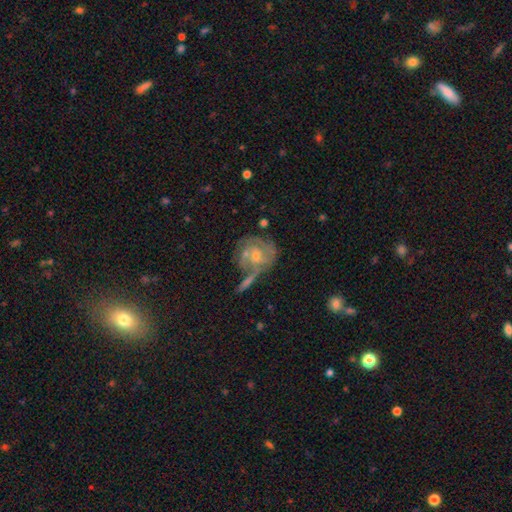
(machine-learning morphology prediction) Overall: featured or disk (72%). Edge-on disk: no (96%). Bar: no (62%; weak 31%). Spiral arms: yes (82%). Spiral arm count: can't tell (39%; 2 29%). Spiral winding: tight (55%; medium 34%). Bulge size: small (53%; moderate 40%). Merging: none (45%; merger 24%).